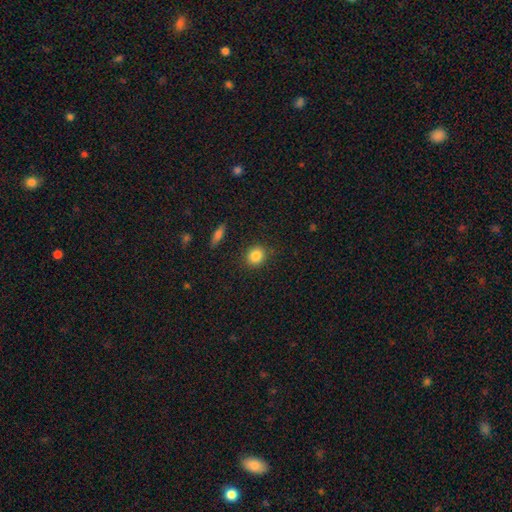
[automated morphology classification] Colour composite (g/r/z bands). It shows a smooth galaxy with no disk features (85%) that is round (78%). Merging: none (86%).